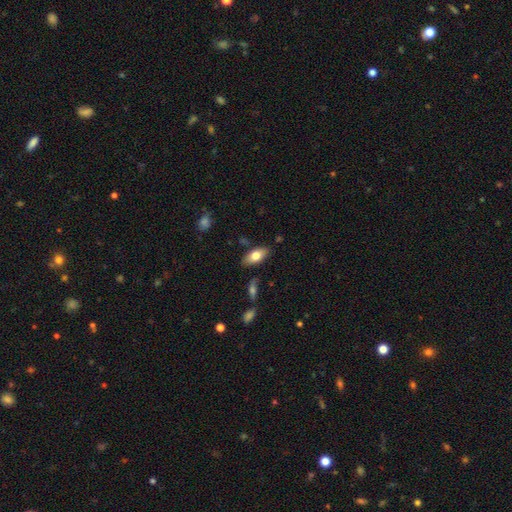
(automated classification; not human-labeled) This is likely a smooth galaxy (73%). How rounded: clearly in between (88%). Merging: clearly none (83%).